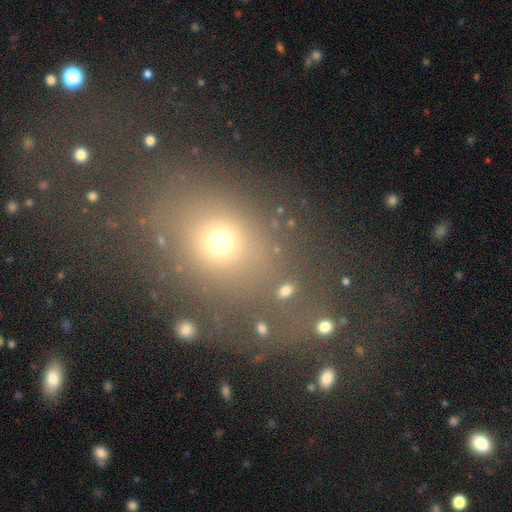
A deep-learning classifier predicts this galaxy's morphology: smooth-or-featured: smooth: 61% | star or artifact: 24% | featured or disk: 15%
  how-rounded: round: 50% | in between: 47% | cigar-shaped: 2%
  merging: none: 65% | major disturbance: 14% | minor disturbance: 14% | merger: 6%